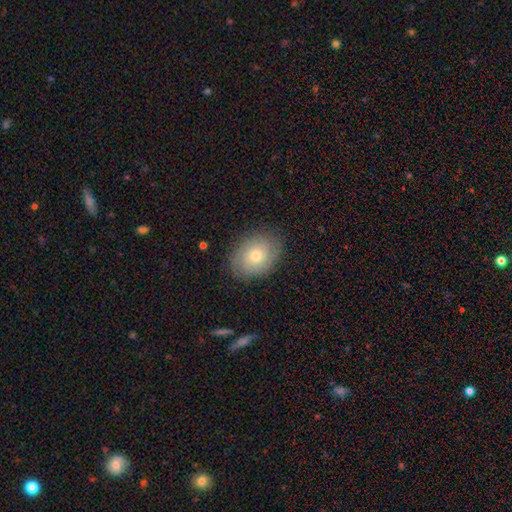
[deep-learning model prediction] A smooth galaxy with no disk features (52%) that is in between round and cigar-shaped (60%). Merging: none (83%).